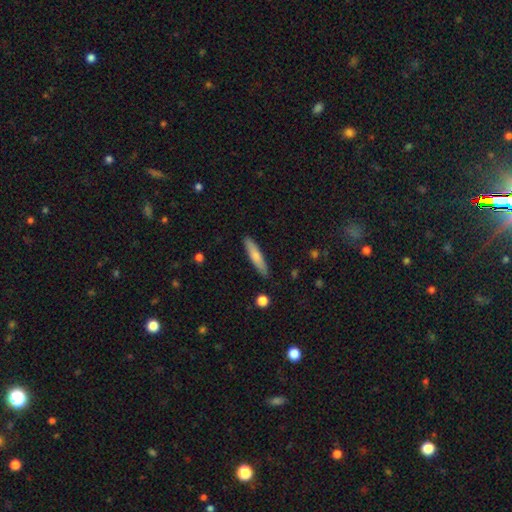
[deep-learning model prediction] This appears to be a smooth galaxy with no disk features (71%) that is cigar-shaped (85%). Merging: none (88%).